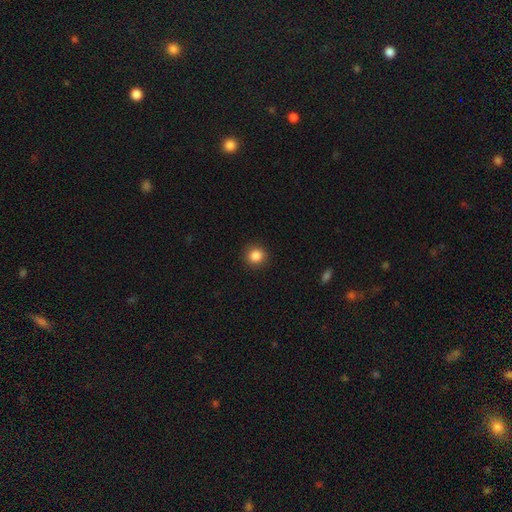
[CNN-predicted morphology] smooth_or_featured: smooth (p=0.86) [alt: star or artifact p=0.10]
how_rounded: round (p=0.91) [alt: in between p=0.08]
merging: none (p=0.91) [alt: minor disturbance p=0.06]